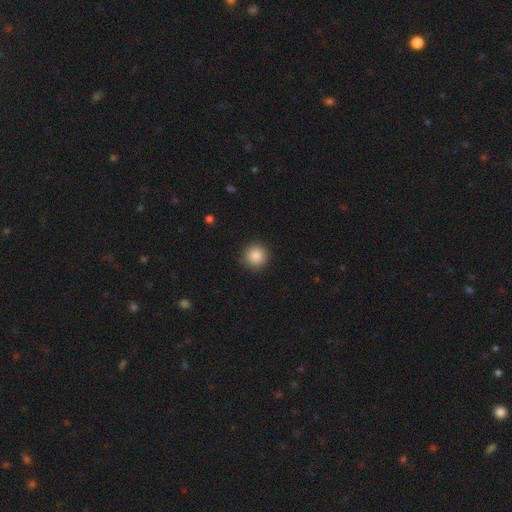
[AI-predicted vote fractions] The model was most divided on "smooth or featured": smooth: 87%, star or artifact: 9%, featured or disk: 4%. More confident: how rounded — round (95%); merging — none (90%).